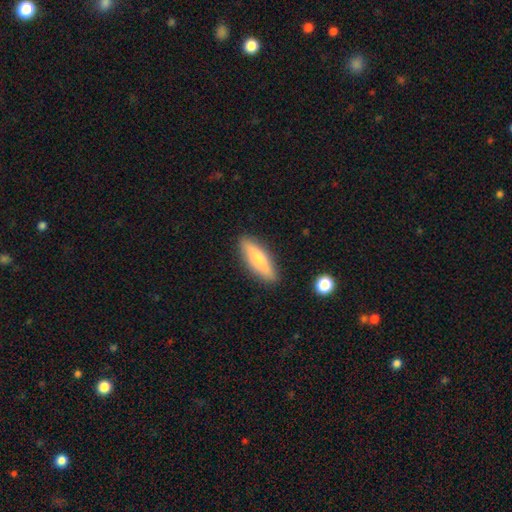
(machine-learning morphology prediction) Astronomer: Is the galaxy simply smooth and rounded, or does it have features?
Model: smooth — 59% (runner-up: featured or disk, 35%).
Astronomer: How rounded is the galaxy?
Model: cigar-shaped — 62%.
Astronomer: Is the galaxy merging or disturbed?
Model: none — 88%.